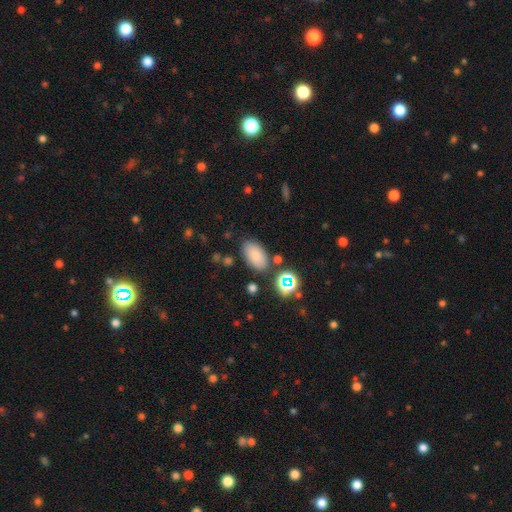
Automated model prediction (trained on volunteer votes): Smooth or featured: smooth — 79% (star or artifact — 12%)
How rounded: in between — 92% (round — 6%)
Merging: none — 78% (minor disturbance — 13%)